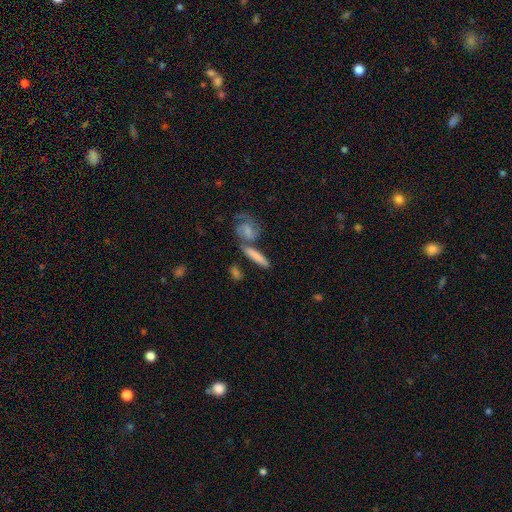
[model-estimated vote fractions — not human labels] Smooth or featured? smooth (63%)
How rounded? cigar-shaped (73%)
Merging? none (57%)